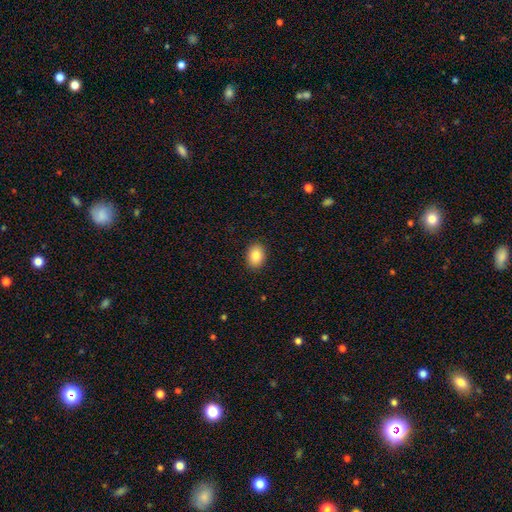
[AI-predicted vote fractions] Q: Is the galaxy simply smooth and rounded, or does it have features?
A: smooth — 86%.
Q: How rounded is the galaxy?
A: in between — 71%.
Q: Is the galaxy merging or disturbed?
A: none — 90%.